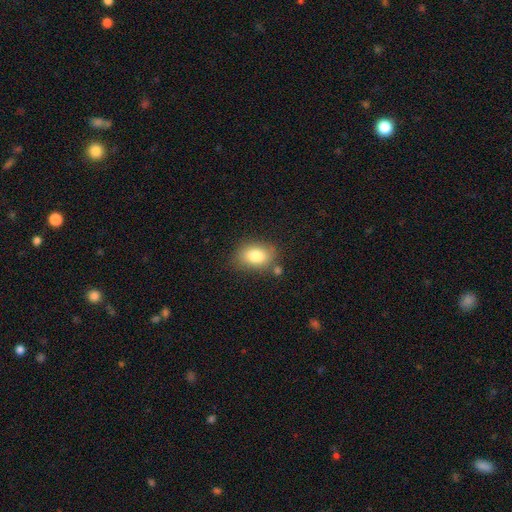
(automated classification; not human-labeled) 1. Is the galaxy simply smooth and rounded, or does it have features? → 82% smooth, 9% featured or disk, 8% star or artifact.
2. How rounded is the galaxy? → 79% in between, 20% round, 1% cigar-shaped.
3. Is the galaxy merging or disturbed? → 74% none, 15% minor disturbance, 6% merger, 4% major disturbance.